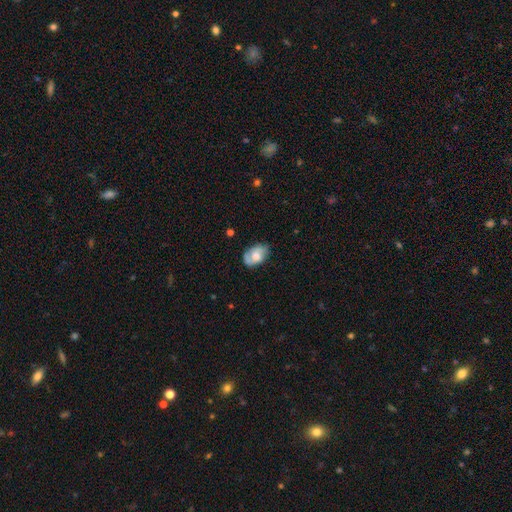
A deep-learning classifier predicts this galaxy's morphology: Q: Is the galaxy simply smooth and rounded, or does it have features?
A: smooth — 48%.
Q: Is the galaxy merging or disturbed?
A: none — 61%.